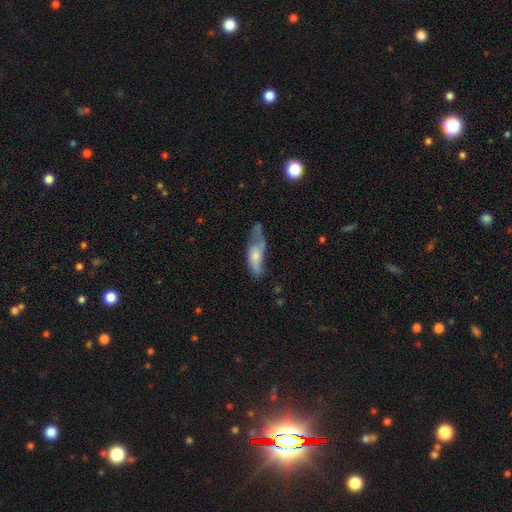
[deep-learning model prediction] Smooth or featured? Predicted: smooth (p=0.51). How rounded? Predicted: in between (p=0.65). Merging? Predicted: major disturbance (p=0.32).